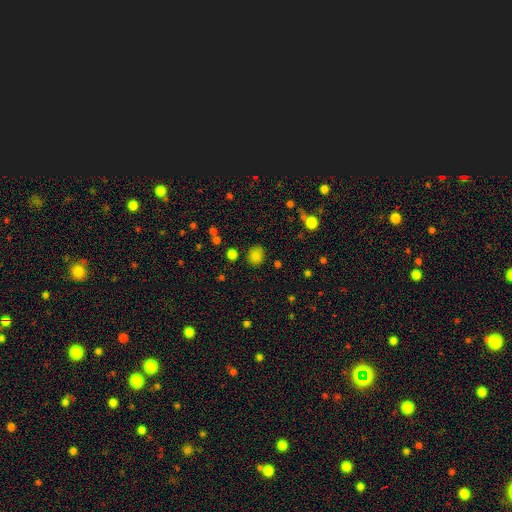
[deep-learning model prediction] Smooth or featured? Predicted: smooth (p=0.81). How rounded? Predicted: round (p=0.75). Merging? Predicted: none (p=0.83).